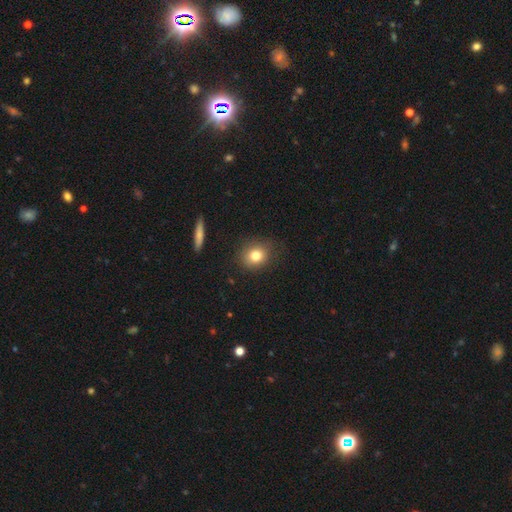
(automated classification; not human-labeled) smooth 80%, star or artifact 11%, featured or disk 9%. Down the decision tree: how rounded — round (70%); merging — none (80%).